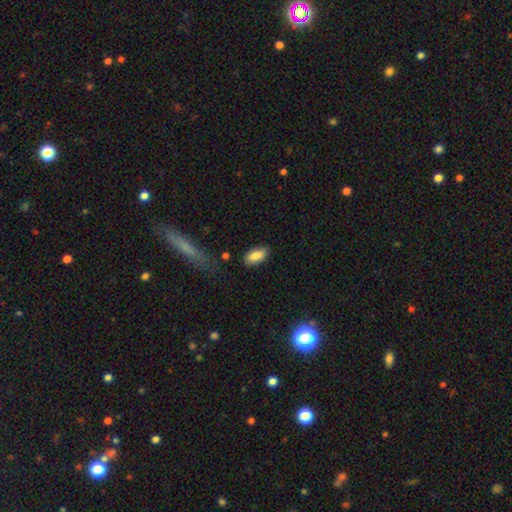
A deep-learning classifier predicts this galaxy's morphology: Smooth or featured?
  - smooth: 85% *
  - featured or disk: 8%
  - star or artifact: 7%
How rounded?
  - in between: 91% *
  - cigar-shaped: 6%
  - round: 3%
Merging?
  - none: 83% *
  - minor disturbance: 12%
  - major disturbance: 3%
  - merger: 2%